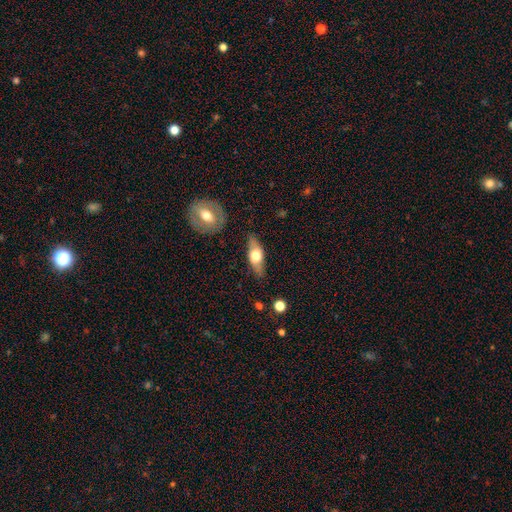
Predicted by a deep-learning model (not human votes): Morphology: type=smooth (56%); roundness=in between (70%); merging=none (80%).